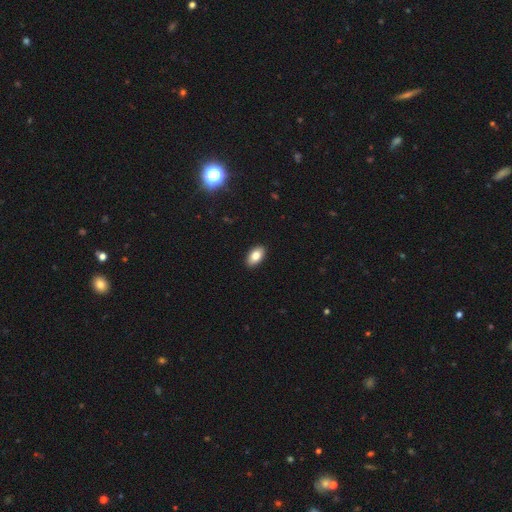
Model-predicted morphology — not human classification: smooth 81%, featured or disk 11%, star or artifact 8%. Down the decision tree: how rounded — in between (93%); merging — none (90%).